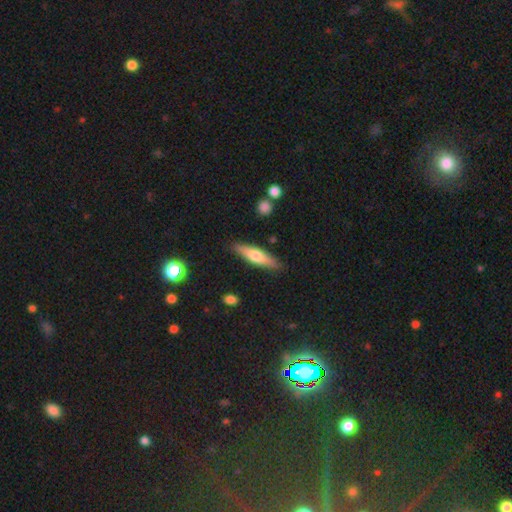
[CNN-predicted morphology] Smooth or featured? smooth (54%)
How rounded? cigar-shaped (72%)
Merging? none (86%)